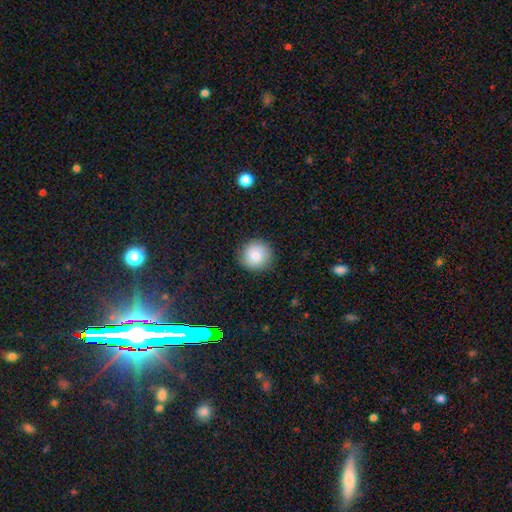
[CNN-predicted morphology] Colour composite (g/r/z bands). It shows a smooth galaxy with no disk features (81%) that is round (93%). Merging: none (88%).